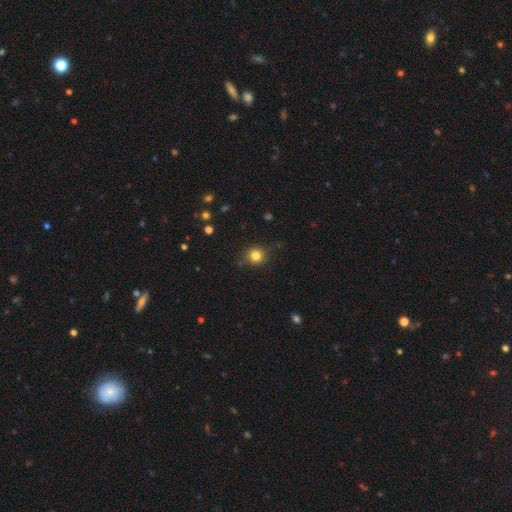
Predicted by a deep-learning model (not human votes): A smooth galaxy with no disk features (82%) that is round (89%). Merging: none (82%).